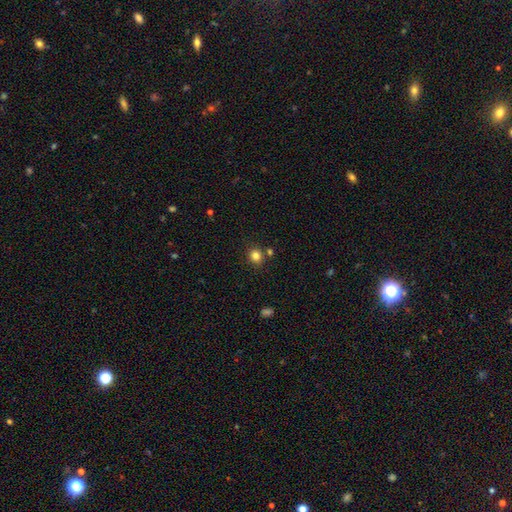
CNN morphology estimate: A smooth galaxy with no disk features (82%) that is round (81%). Merging: none (81%).